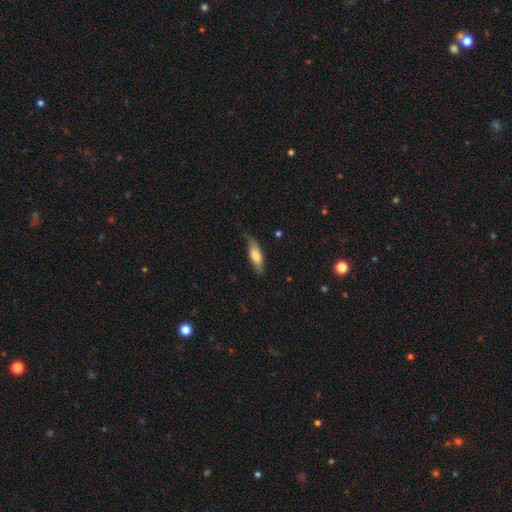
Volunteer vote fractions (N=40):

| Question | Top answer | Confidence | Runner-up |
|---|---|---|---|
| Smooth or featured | smooth | 80% | featured or disk (18%) |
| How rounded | cigar-shaped | 66% | in between (31%) |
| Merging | none | 69% | minor disturbance (23%) |